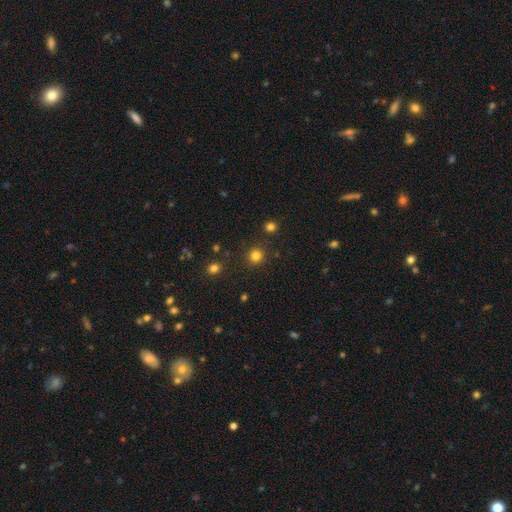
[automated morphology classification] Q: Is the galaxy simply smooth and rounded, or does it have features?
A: smooth — 81%.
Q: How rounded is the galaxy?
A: round — 91%.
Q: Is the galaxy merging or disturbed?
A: none — 89%.